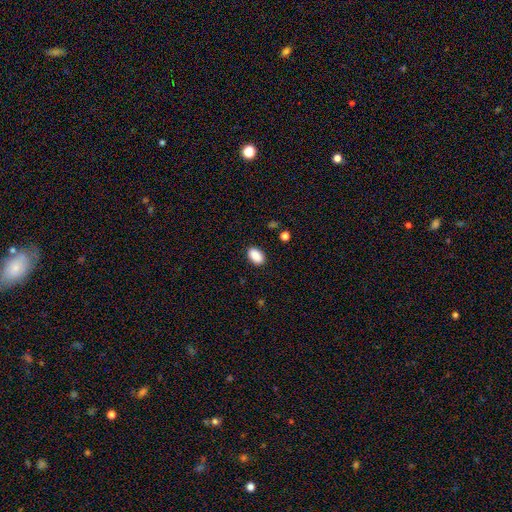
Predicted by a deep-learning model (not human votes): smooth-or-featured: smooth: 89% | star or artifact: 8% | featured or disk: 3%
  how-rounded: in between: 89% | round: 10% | cigar-shaped: 1%
  merging: none: 89% | minor disturbance: 8% | major disturbance: 2% | merger: 1%